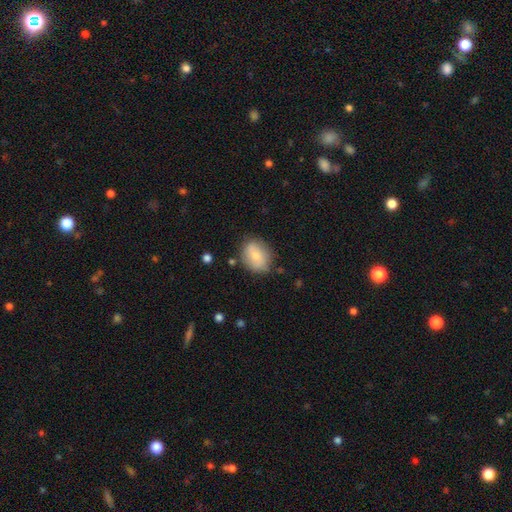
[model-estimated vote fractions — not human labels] smooth_or_featured: smooth (p=0.68) [alt: featured or disk p=0.24]
how_rounded: in between (p=0.59) [alt: round p=0.40]
merging: none (p=0.76) [alt: minor disturbance p=0.17]